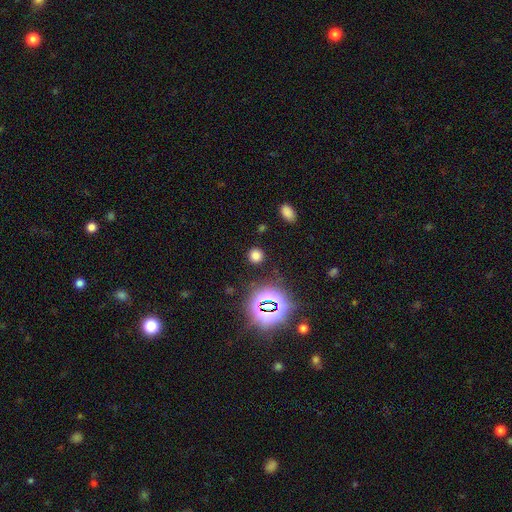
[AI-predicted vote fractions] smooth 71%, star or artifact 24%, featured or disk 5%. Down the decision tree: how rounded — round (89%); merging — none (88%).